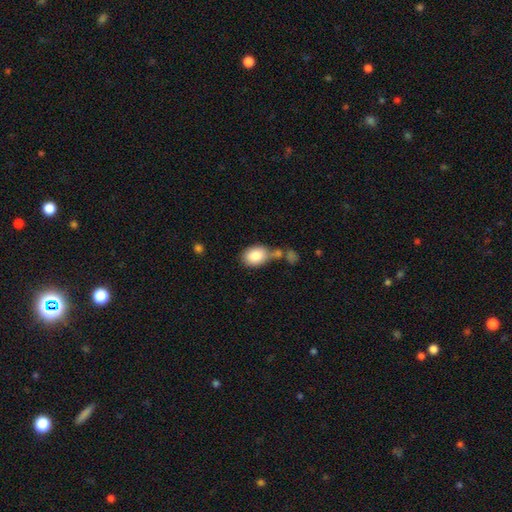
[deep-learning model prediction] Smooth or featured? Predicted: smooth (p=0.84). How rounded? Predicted: in between (p=0.75). Merging? Predicted: none (p=0.51).